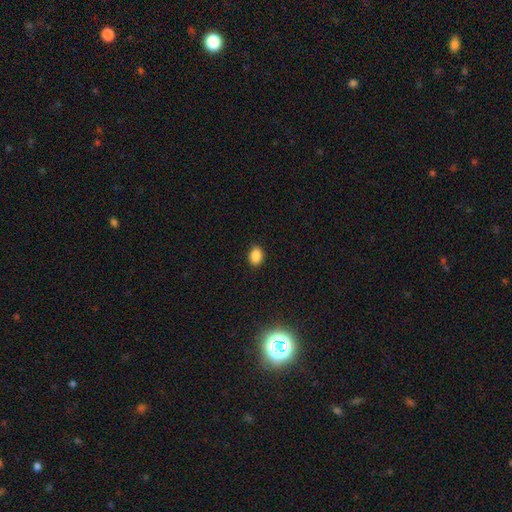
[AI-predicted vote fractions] smooth-or-featured: smooth: 87% | star or artifact: 9% | featured or disk: 3%
  how-rounded: in between: 74% | round: 24% | cigar-shaped: 1%
  merging: none: 88% | minor disturbance: 9% | major disturbance: 2% | merger: 1%